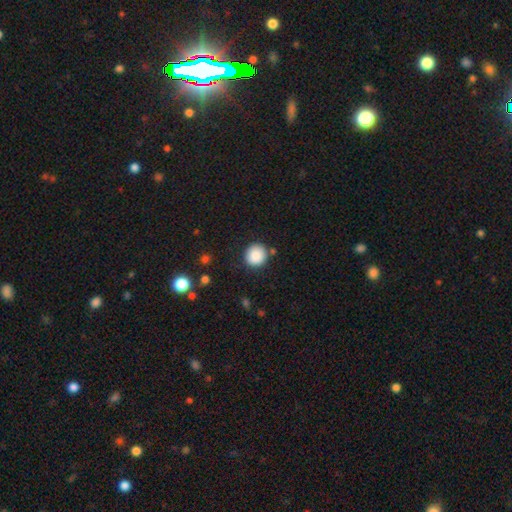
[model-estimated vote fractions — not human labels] smooth 88%, star or artifact 9%, featured or disk 4%. Down the decision tree: how rounded — round (92%); merging — none (86%).